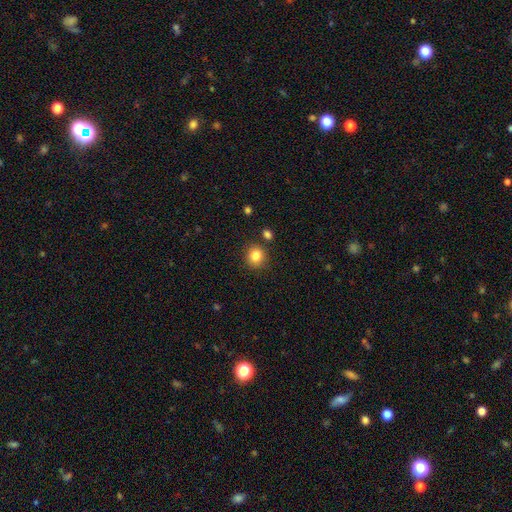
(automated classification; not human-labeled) This appears to be a smooth galaxy with no disk features (83%) that is round (86%). Merging: none (84%).